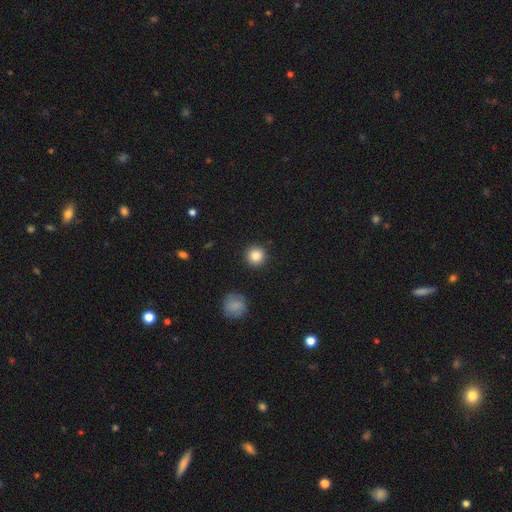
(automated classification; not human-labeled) This appears to be a smooth galaxy with no disk features (86%) that is round (95%). Merging: none (91%).